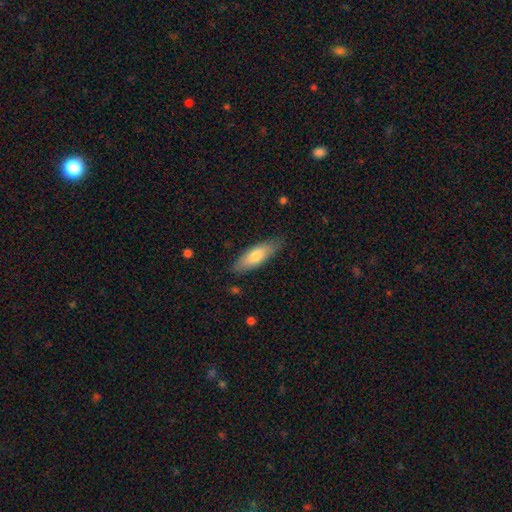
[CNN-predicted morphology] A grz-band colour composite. It shows a smooth galaxy with no disk features (74%) that is in between round and cigar-shaped (58%). Merging: none (81%).